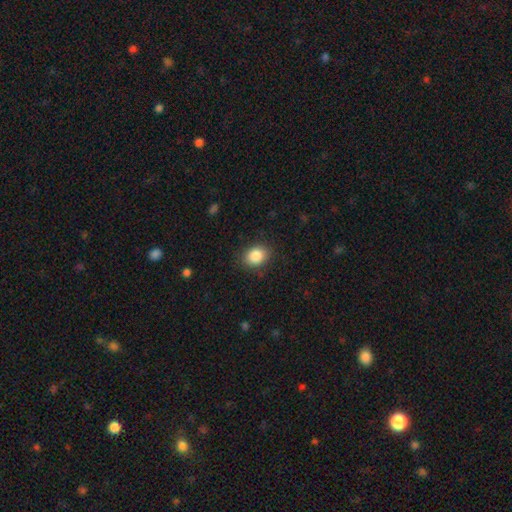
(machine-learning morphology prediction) Smooth or featured: smooth — 87% (star or artifact — 9%)
How rounded: in between — 53% (round — 46%)
Merging: none — 86% (minor disturbance — 10%)